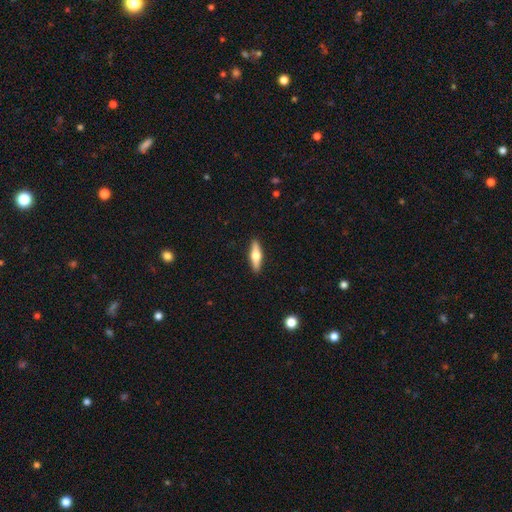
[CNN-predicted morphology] A featured or disk galaxy (49%). Merging: none (91%).